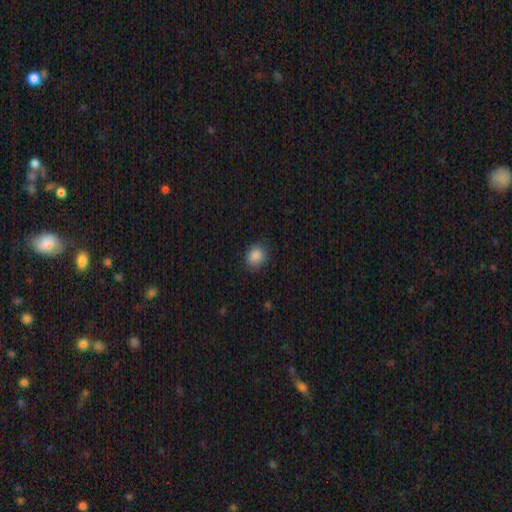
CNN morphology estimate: smooth-or-featured: smooth: 87% | star or artifact: 9% | featured or disk: 4%
  how-rounded: round: 67% | in between: 32% | cigar-shaped: 1%
  merging: none: 84% | minor disturbance: 12% | major disturbance: 3% | merger: 1%